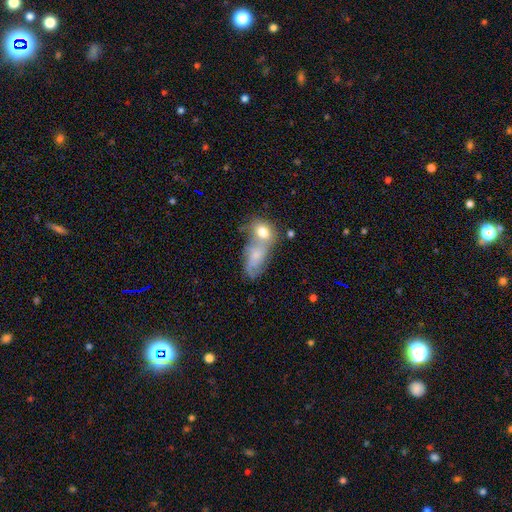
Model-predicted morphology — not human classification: smooth-or-featured: smooth: 50% | featured or disk: 40% | star or artifact: 9%
  how-rounded: in between: 80% | round: 15% | cigar-shaped: 5%
  merging: merger: 58% | none: 22% | minor disturbance: 11% | major disturbance: 9%